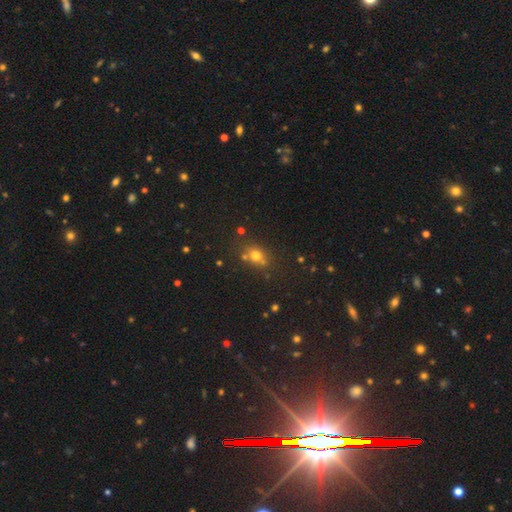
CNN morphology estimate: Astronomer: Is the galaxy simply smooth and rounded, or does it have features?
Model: smooth — 65%.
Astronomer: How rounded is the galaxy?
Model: round — 61% (runner-up: in between, 37%).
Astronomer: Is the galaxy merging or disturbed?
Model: none — 62%.